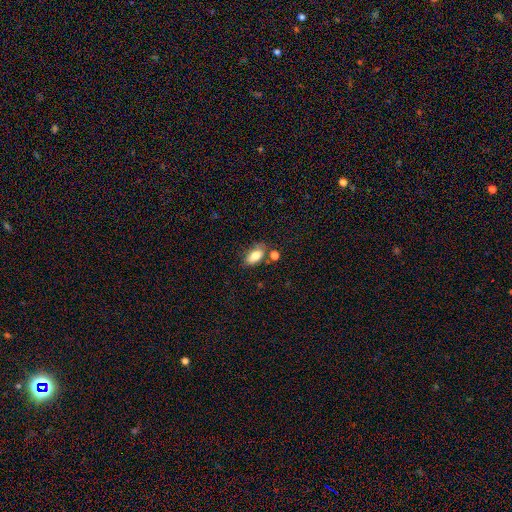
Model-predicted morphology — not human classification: This is likely a smooth galaxy (78%). How rounded: clearly in between (89%). Merging: likely none (63%).